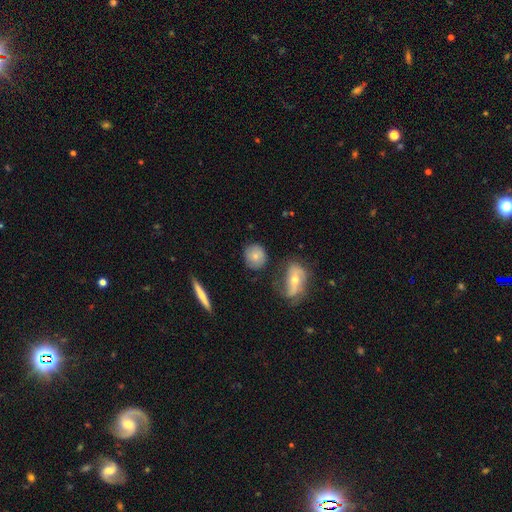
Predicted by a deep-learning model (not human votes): A smooth galaxy with no disk features (70%) that is round (79%). Merging: none (73%).